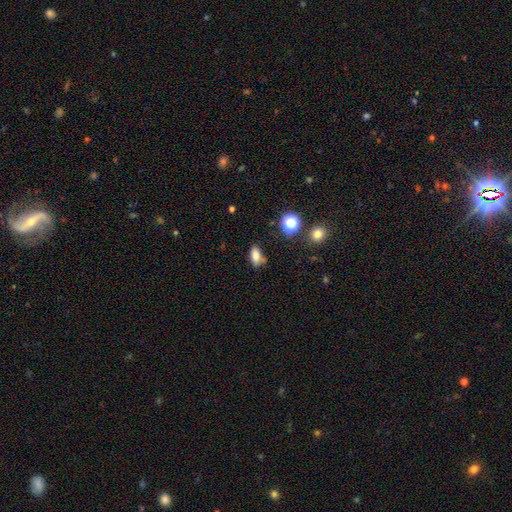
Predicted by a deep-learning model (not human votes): A smooth galaxy with no disk features (79%) that is in between round and cigar-shaped (80%). Merging: none (65%).